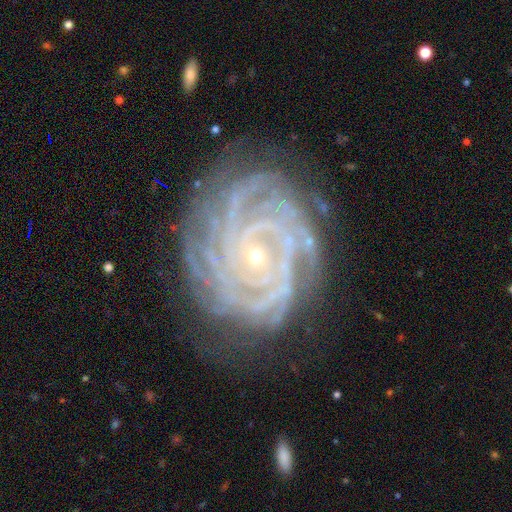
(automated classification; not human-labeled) This is clearly a featured or disk galaxy (91%). It is clearly not viewed edge-on (97%). Bar: likely no (70%). Spiral arm pattern: clearly yes (99%). Spiral arm count: marginally 4 (25%). Spiral winding: clearly tight (86%). Central bulge: clearly small (80%). Merging: likely none (77%).